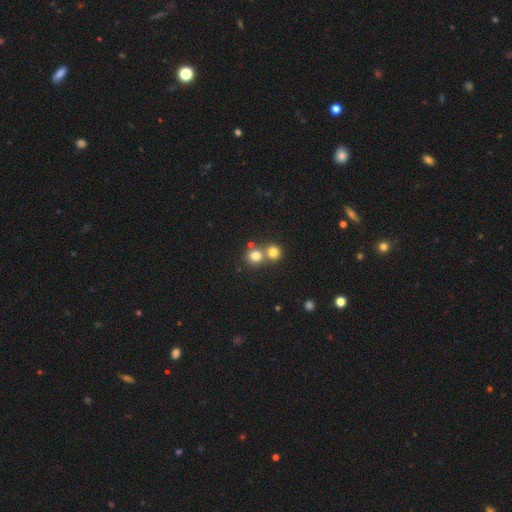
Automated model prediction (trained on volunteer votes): Smooth or featured? smooth (78%)
How rounded? round (86%)
Merging? none (51%)